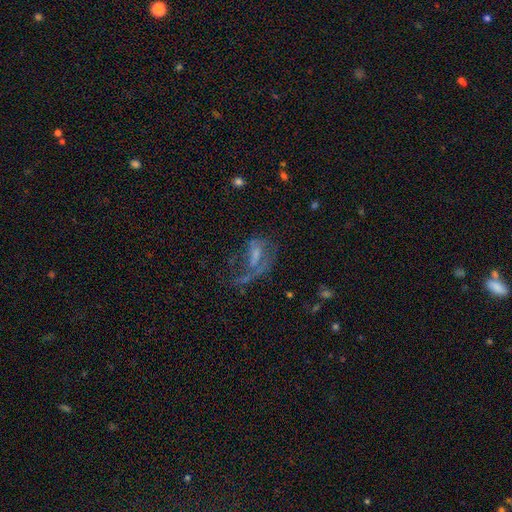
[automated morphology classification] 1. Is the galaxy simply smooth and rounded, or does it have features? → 60% featured or disk, 25% smooth, 15% star or artifact.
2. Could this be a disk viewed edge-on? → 94% no, 6% yes.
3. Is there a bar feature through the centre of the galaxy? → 47% no, 36% weak, 17% strong.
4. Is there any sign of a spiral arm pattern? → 56% yes, 44% no.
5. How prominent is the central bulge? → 44% none, 28% small, 21% moderate, 5% large, 2% dominant.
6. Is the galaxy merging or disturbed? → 53% major disturbance, 26% none, 15% minor disturbance, 7% merger.